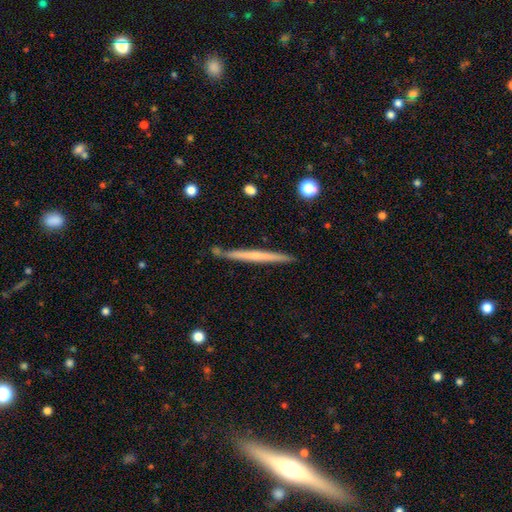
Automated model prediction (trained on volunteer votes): Smooth or featured? featured or disk (50%)
Edge-on disk? yes (97%)
Merging? none (87%)